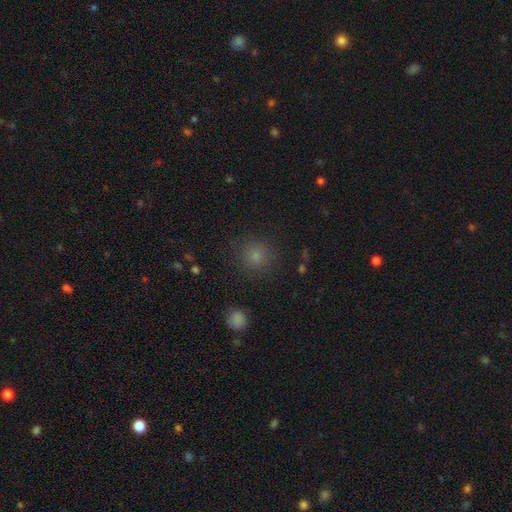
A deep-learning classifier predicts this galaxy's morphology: Overall: smooth (78%). How rounded: round (93%). Merging: none (87%).